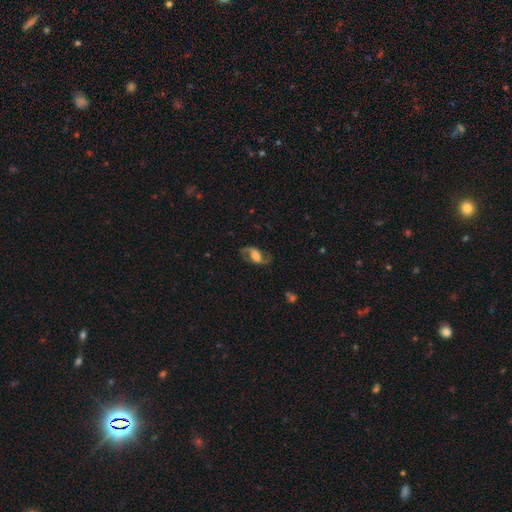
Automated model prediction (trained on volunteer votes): A featured or disk galaxy (76%) with a weak bar (43%), 2 (90%) loose (57%) spiral arms (92%) and a large central bulge (40%).

Vote fractions:
- Smooth or featured? featured or disk: 76% / smooth: 17% / star or artifact: 7%
- Edge-on disk? no: 95% / yes: 5%
- Bar? weak: 43% / no: 35% / strong: 23%
- Spiral arms? yes: 92% / no: 8%
- Spiral winding? loose: 57% / medium: 35% / tight: 8%
- Spiral arm count? 2: 90% / 1: 3% / can't tell: 3% / 3: 1% / 4: 1% / more than 4: 1%
- Bulge size? large: 40% / moderate: 30% / small: 13% / none: 12% / dominant: 6%
- Merging? none: 74% / minor disturbance: 15% / major disturbance: 9% / merger: 2%